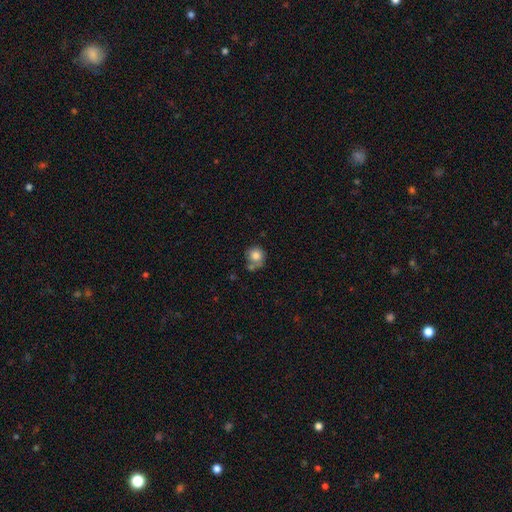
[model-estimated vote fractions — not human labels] Smooth or featured: smooth — 80% (featured or disk — 11%)
How rounded: round — 86% (in between — 13%)
Merging: none — 52% (merger — 22%)